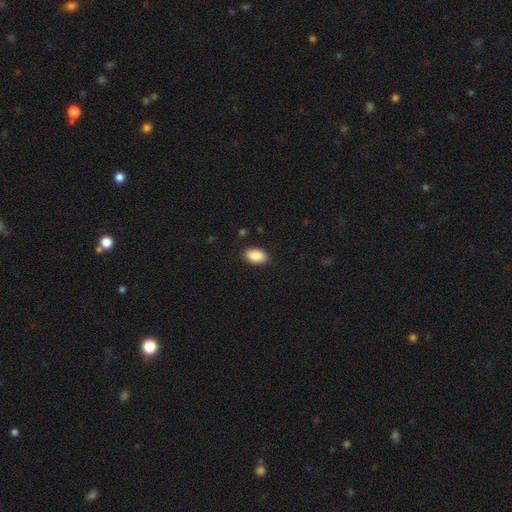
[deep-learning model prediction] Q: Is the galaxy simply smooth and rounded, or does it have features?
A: smooth — 89%.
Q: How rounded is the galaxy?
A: in between — 91%.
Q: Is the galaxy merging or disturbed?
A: none — 87%.